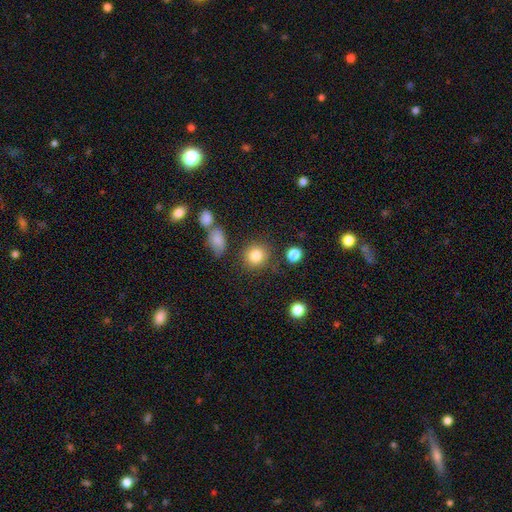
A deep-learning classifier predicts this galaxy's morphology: A smooth galaxy with no disk features (83%) that is round (86%). Merging: none (80%).